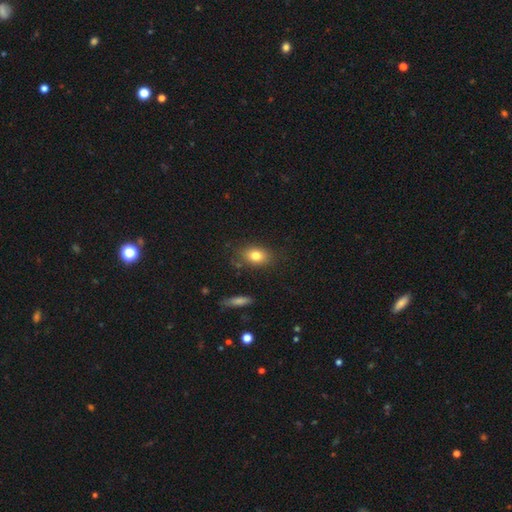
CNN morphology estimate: Q: Smooth or featured?
A: smooth (78%); runner-up: featured or disk (12%)
Q: How rounded?
A: in between (77%); runner-up: round (20%)
Q: Merging?
A: none (79%); runner-up: minor disturbance (14%)